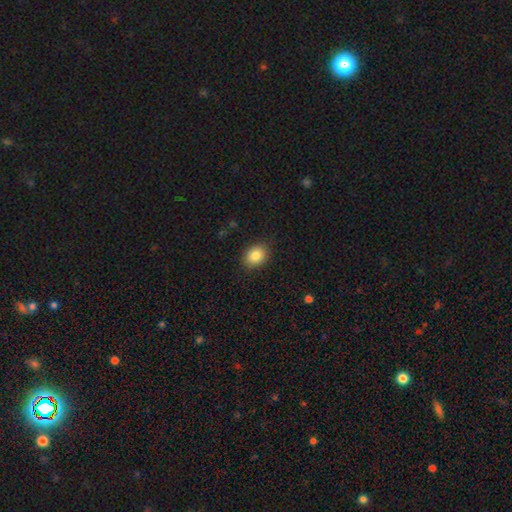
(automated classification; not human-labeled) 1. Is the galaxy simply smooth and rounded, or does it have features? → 85% smooth, 9% star or artifact, 6% featured or disk.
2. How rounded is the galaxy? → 54% in between, 45% round, 1% cigar-shaped.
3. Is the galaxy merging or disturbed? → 86% none, 10% minor disturbance, 3% major disturbance, 1% merger.